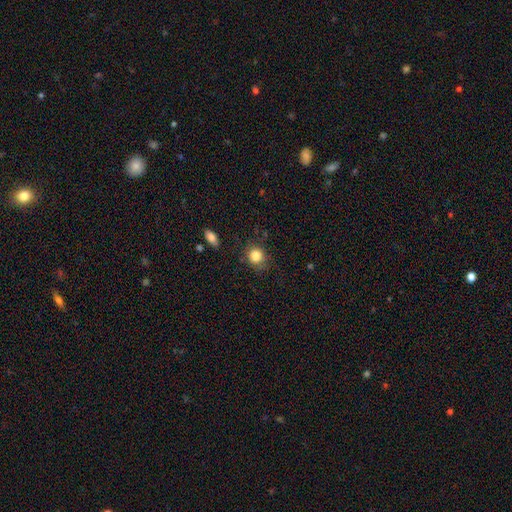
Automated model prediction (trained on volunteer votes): Smooth or featured?
  - smooth: 84% *
  - star or artifact: 10%
  - featured or disk: 6%
How rounded?
  - round: 79% *
  - in between: 20%
  - cigar-shaped: 1%
Merging?
  - none: 78% *
  - minor disturbance: 15%
  - major disturbance: 4%
  - merger: 2%